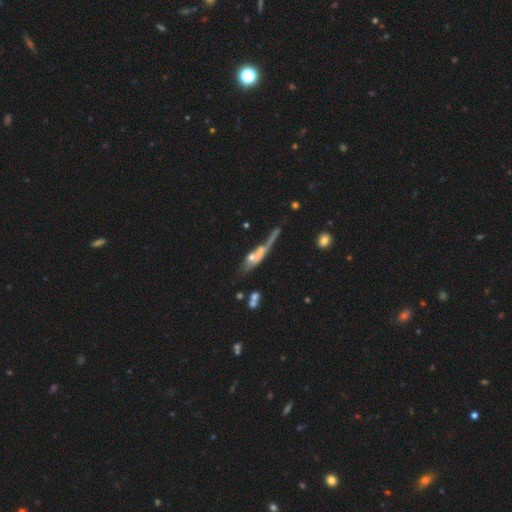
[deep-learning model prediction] This is possibly a featured or disk galaxy (51%). It is possibly viewed edge-on (58%). Merging: marginally merger (31%).